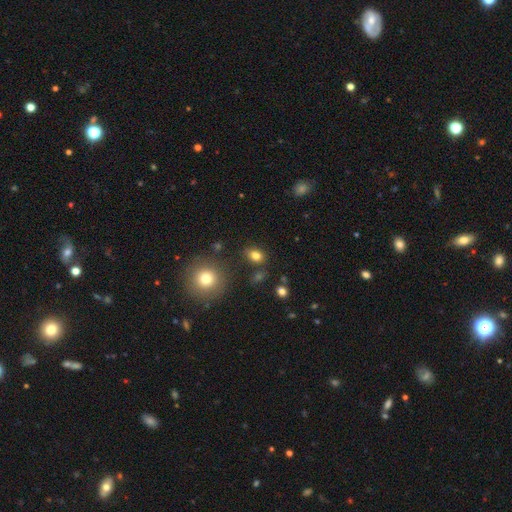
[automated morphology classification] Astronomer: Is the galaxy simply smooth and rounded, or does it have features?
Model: smooth — 80%.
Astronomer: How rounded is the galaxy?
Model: in between — 69%.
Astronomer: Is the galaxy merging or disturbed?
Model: none — 79%.